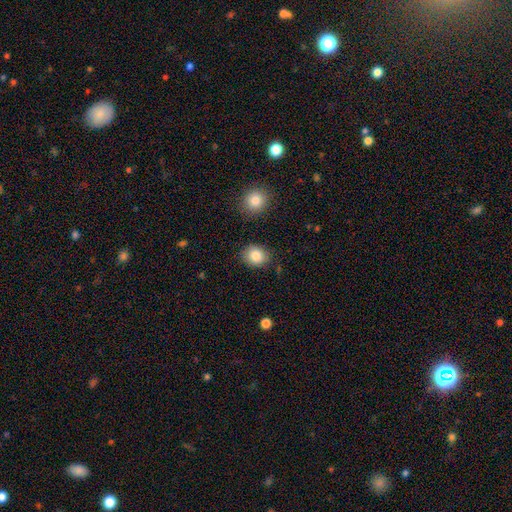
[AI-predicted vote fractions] Smooth or featured? smooth (86%)
How rounded? round (60%)
Merging? none (84%)